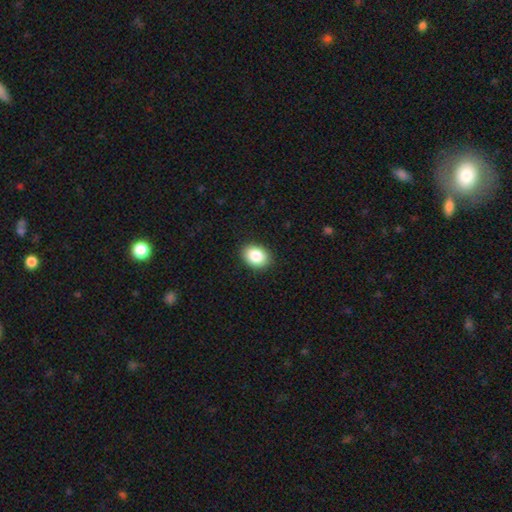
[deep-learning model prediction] A smooth galaxy with no disk features (86%) that is in between round and cigar-shaped (68%).

Vote fractions:
- Smooth or featured? smooth: 86% / star or artifact: 8% / featured or disk: 6%
- How rounded? in between: 68% / round: 31% / cigar-shaped: 1%
- Merging? none: 90% / minor disturbance: 7% / major disturbance: 2% / merger: 1%